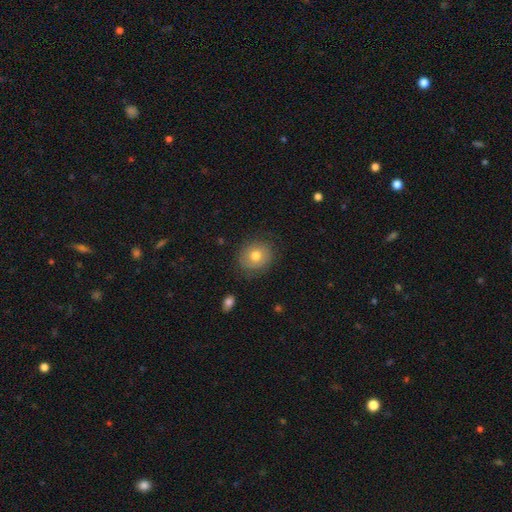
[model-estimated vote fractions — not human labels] This appears to be a smooth galaxy with no disk features (70%) that is round (68%). Merging: none (79%).